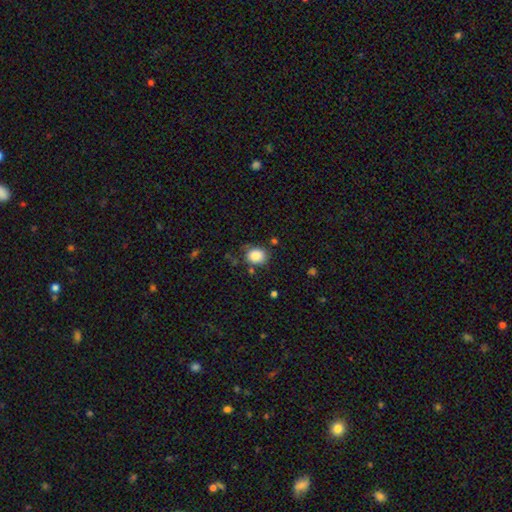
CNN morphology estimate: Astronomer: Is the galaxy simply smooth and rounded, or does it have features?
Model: smooth — 86%.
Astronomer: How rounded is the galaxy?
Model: round — 60% (runner-up: in between, 40%).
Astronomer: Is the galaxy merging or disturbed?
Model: none — 72%.